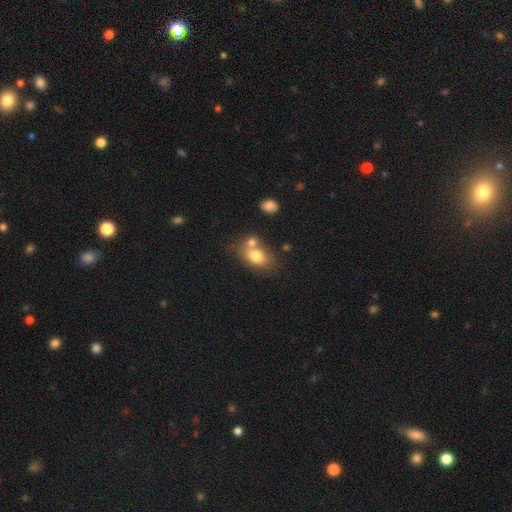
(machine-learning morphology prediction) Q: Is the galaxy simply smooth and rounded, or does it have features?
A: smooth — 76%.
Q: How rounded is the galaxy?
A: in between — 72%.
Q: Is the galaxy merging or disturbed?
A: none — 45%.